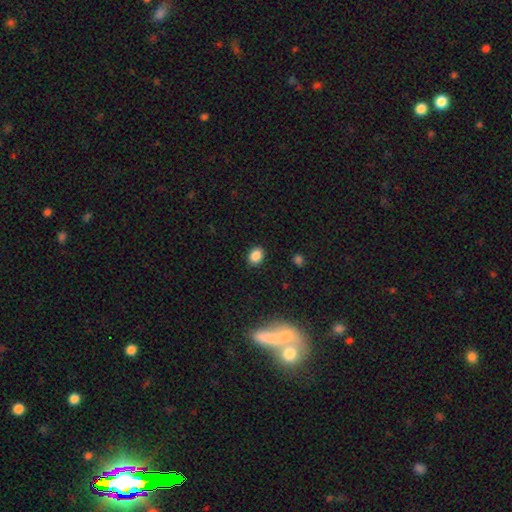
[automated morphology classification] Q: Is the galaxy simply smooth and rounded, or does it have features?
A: smooth — 86%.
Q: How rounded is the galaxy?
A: in between — 67%.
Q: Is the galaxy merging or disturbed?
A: none — 89%.